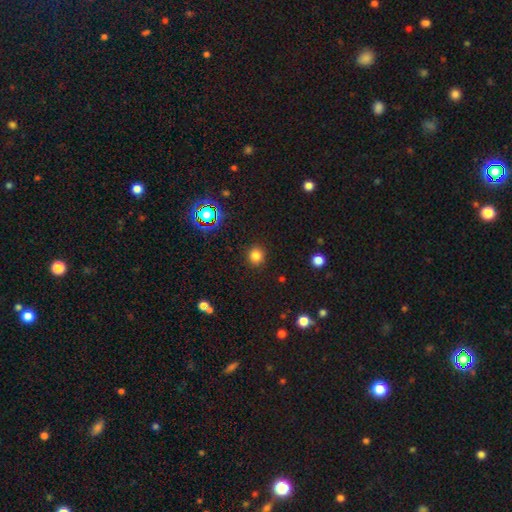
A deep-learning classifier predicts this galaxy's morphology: A smooth galaxy with no disk features (80%) that is round (87%). Merging: none (90%).